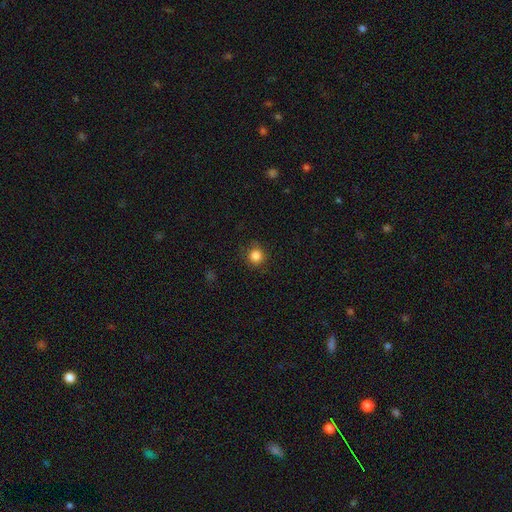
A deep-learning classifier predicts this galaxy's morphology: A smooth galaxy with no disk features (85%) that is round (91%). Merging: none (86%).